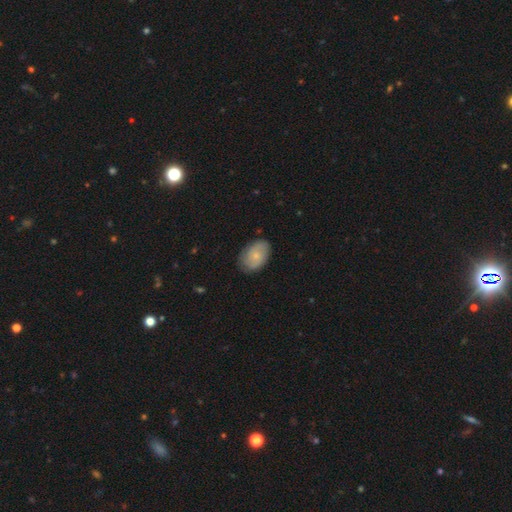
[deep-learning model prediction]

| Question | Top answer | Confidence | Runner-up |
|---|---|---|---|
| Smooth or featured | smooth | 63% | featured or disk (31%) |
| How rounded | in between | 86% | round (13%) |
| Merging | none | 79% | minor disturbance (17%) |